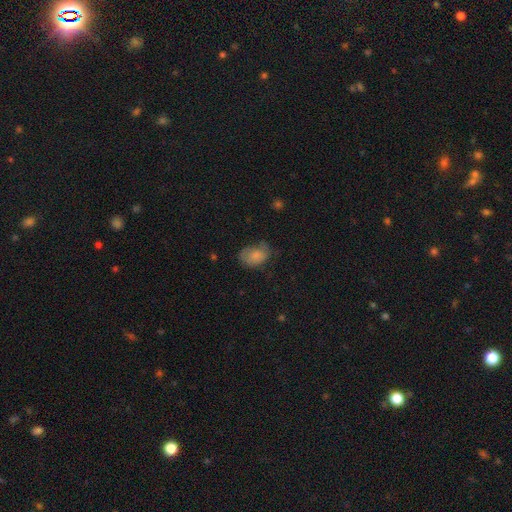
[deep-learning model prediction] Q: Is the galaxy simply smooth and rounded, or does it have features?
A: smooth — 78%.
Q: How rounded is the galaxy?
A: in between — 80%.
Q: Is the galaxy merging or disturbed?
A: none — 50%.